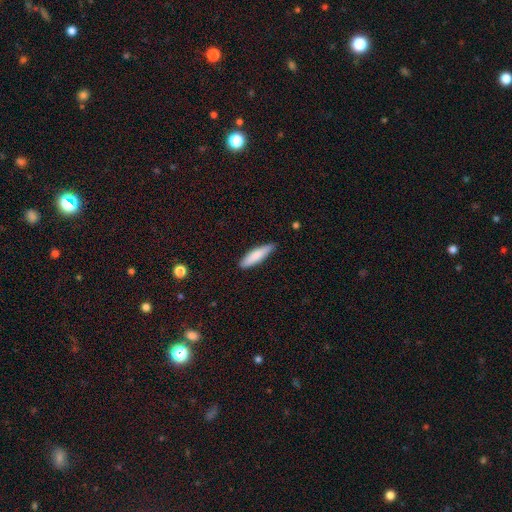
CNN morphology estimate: This appears to be a smooth galaxy with no disk features (80%) that is cigar-shaped (72%). Merging: none (83%).